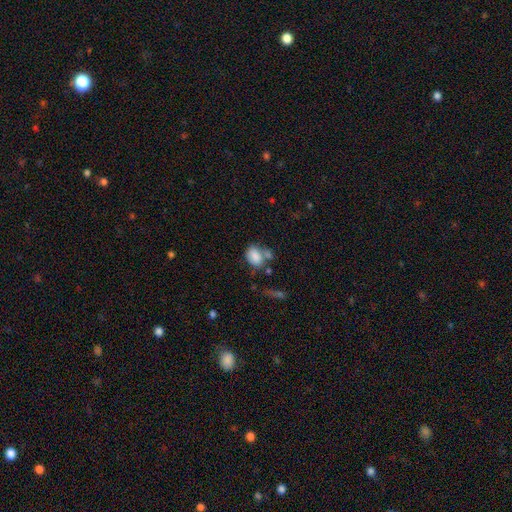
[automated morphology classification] Overall: smooth (81%). How rounded: in between (77%). Merging: none (41%; merger 30%).